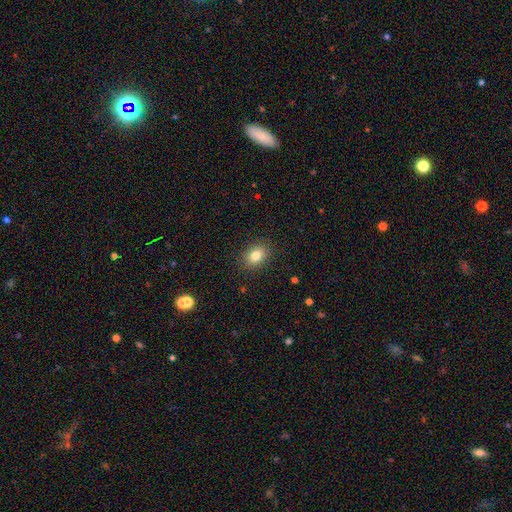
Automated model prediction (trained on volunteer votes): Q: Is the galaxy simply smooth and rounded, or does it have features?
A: smooth — 81%.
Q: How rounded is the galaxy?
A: in between — 68%.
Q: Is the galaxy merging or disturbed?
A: none — 88%.